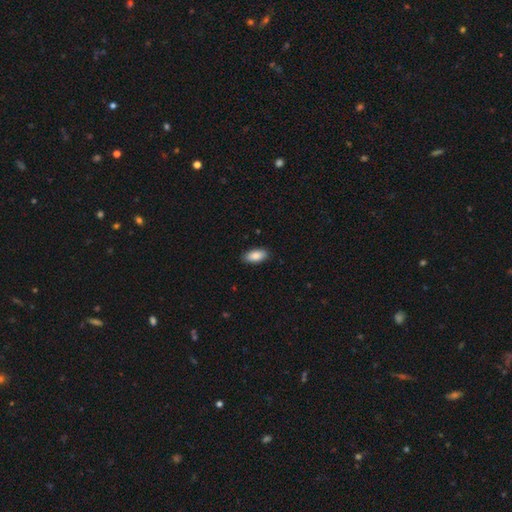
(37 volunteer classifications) Smooth or featured: smooth — 86% (featured or disk — 8%)
How rounded: in between — 100%
Merging: none — 94% (minor disturbance — 6%)